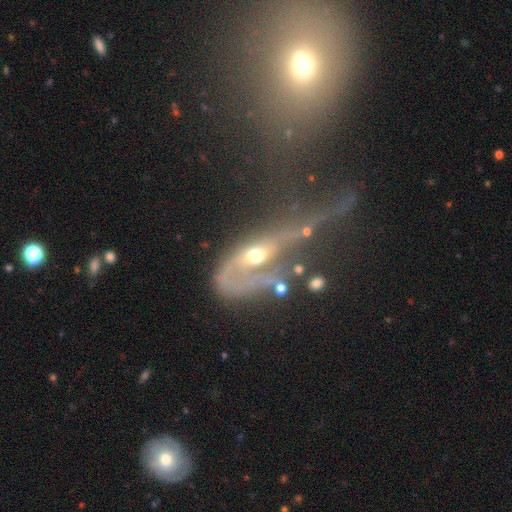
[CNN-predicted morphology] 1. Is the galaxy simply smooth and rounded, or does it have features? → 58% featured or disk, 30% smooth, 12% star or artifact.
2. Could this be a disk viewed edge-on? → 84% no, 16% yes.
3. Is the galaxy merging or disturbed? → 48% major disturbance, 20% none, 19% merger, 13% minor disturbance.